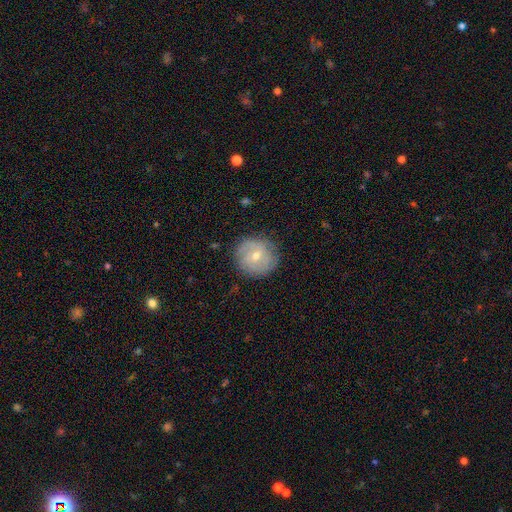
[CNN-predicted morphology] Smooth or featured: featured or disk — 56% (smooth — 36%)
Edge-on disk: no — 97% (yes — 3%)
Bar: no — 57% (weak — 36%)
Spiral arms: yes — 77% (no — 23%)
Bulge size: small — 49% (moderate — 48%)
Merging: none — 82% (minor disturbance — 13%)